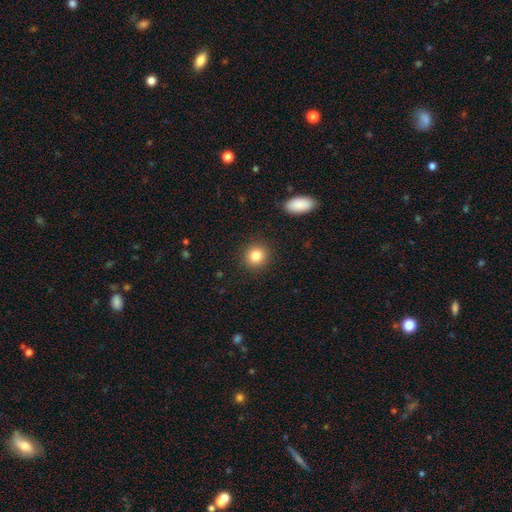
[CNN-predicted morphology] Smooth or featured?
  - smooth: 83% *
  - star or artifact: 10%
  - featured or disk: 7%
How rounded?
  - round: 88% *
  - in between: 11%
  - cigar-shaped: 1%
Merging?
  - none: 90% *
  - minor disturbance: 6%
  - major disturbance: 2%
  - merger: 1%